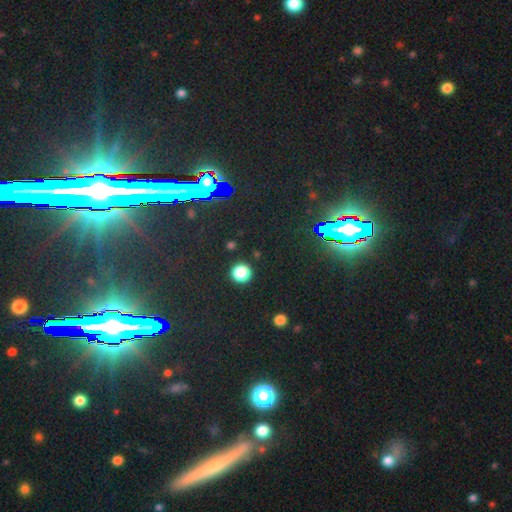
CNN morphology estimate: Smooth or featured: star or artifact — 83% (smooth — 9%)